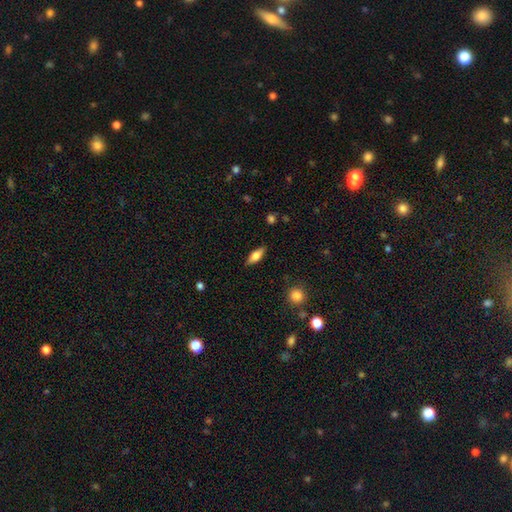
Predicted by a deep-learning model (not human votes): Smooth or featured? smooth (67%)
How rounded? in between (72%)
Merging? none (87%)